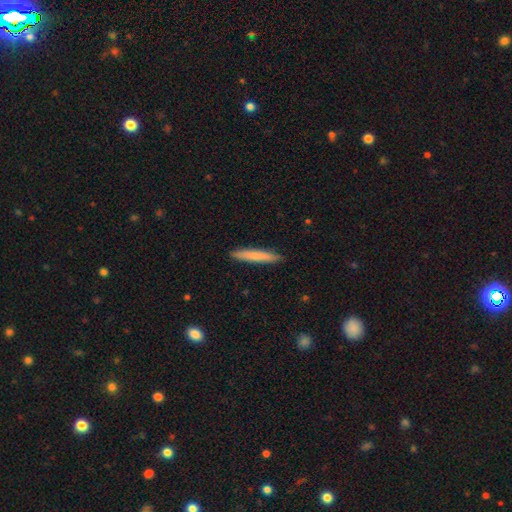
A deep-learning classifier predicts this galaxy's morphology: Smooth or featured? smooth (76%)
How rounded? cigar-shaped (95%)
Merging? none (91%)